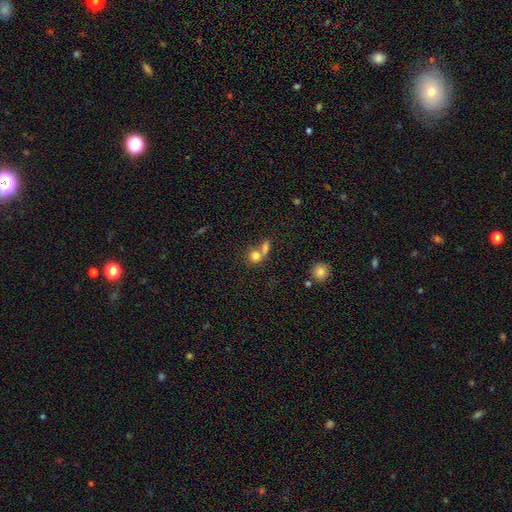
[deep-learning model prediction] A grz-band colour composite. It shows a smooth galaxy with no disk features (77%) that is round (74%). Merging: merger (51%).